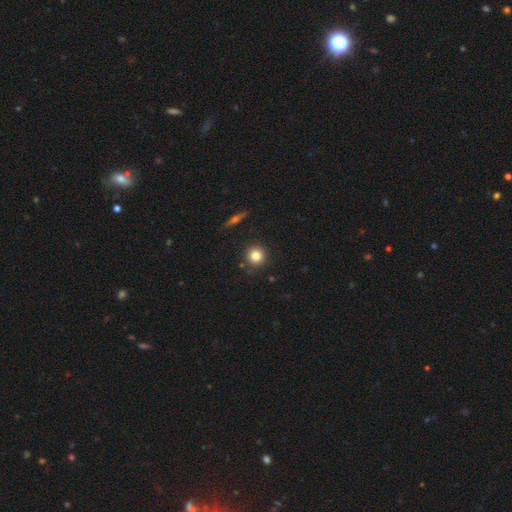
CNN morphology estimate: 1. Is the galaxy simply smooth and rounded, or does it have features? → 80% smooth, 11% star or artifact, 9% featured or disk.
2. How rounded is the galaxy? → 94% round, 5% in between, 1% cigar-shaped.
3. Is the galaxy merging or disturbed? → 88% none, 7% minor disturbance, 3% merger, 2% major disturbance.